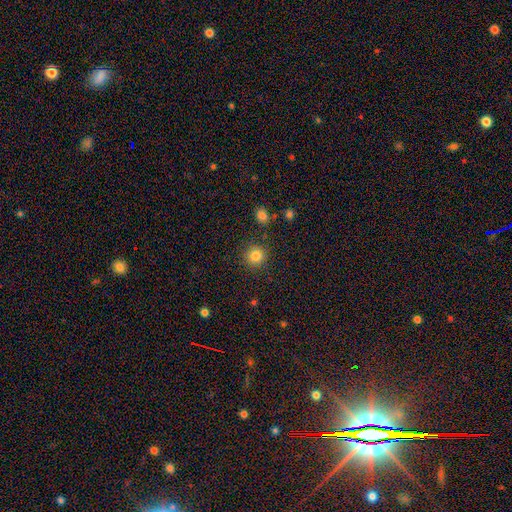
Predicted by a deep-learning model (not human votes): Morphology: type=smooth (83%); roundness=round (93%); merging=none (88%).